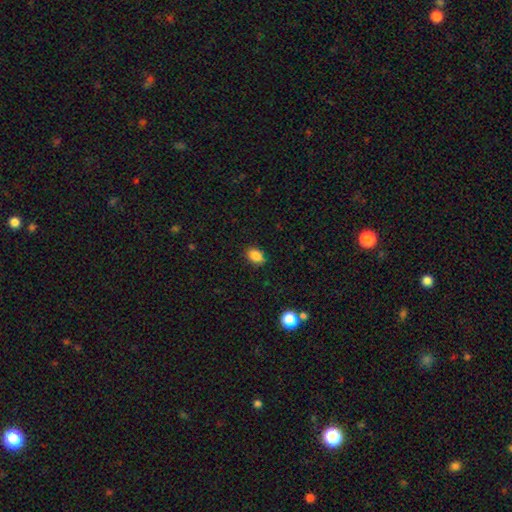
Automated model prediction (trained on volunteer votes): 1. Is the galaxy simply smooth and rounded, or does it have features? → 85% smooth, 10% star or artifact, 5% featured or disk.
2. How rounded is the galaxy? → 75% in between, 24% round, 1% cigar-shaped.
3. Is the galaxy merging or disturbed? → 84% none, 12% minor disturbance, 2% major disturbance, 1% merger.